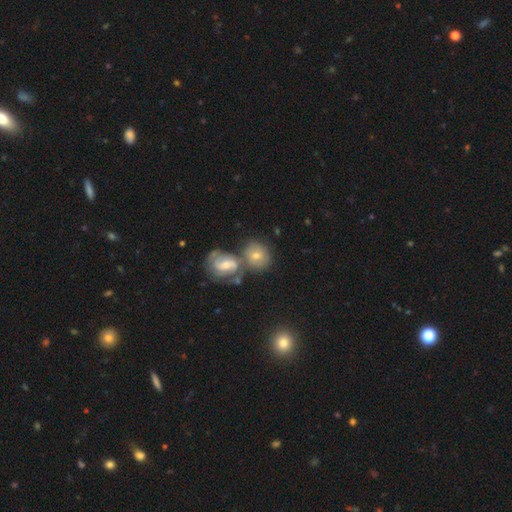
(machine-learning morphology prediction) This is possibly a smooth galaxy (47%). Merging: possibly none (47%).